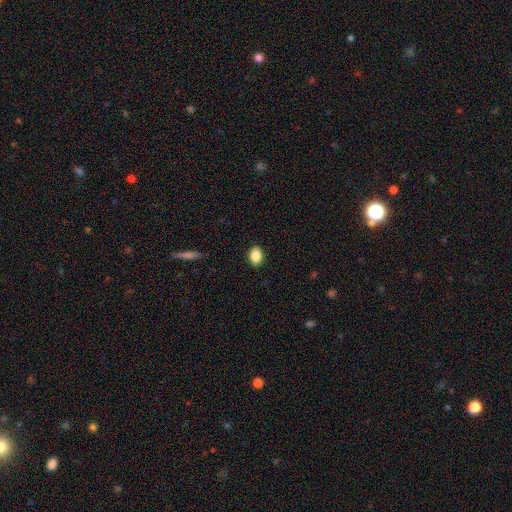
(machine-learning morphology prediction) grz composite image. It shows a smooth galaxy with no disk features (87%) that is in between round and cigar-shaped (77%). Merging: none (90%).